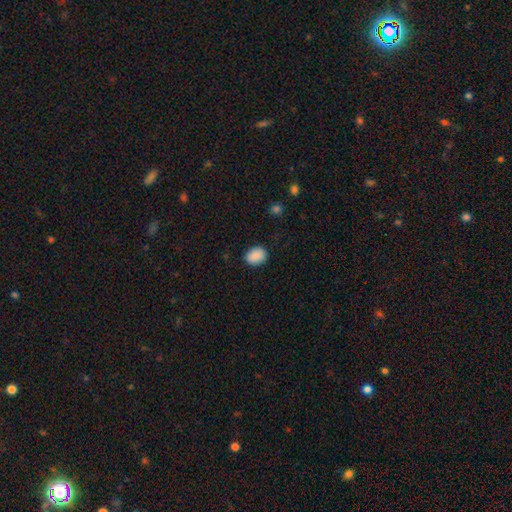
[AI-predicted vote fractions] smooth_or_featured: smooth (p=0.88) [alt: star or artifact p=0.08]
how_rounded: in between (p=0.59) [alt: round p=0.40]
merging: none (p=0.84) [alt: minor disturbance p=0.12]